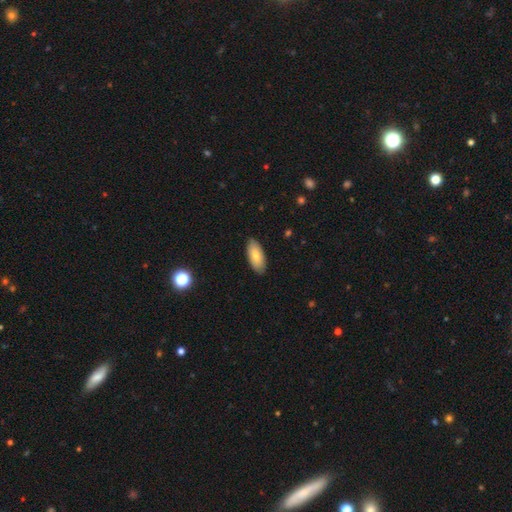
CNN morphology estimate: type=smooth (78%); roundness=in between (88%); merging=none (88%).